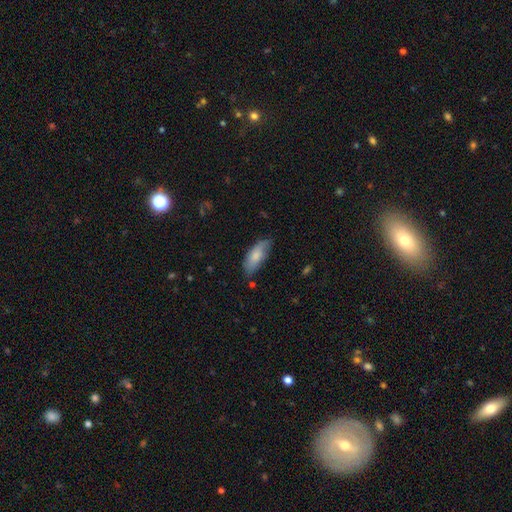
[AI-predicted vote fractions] smooth 77%, featured or disk 17%, star or artifact 6%. Down the decision tree: how rounded — in between (80%); merging — none (70%).